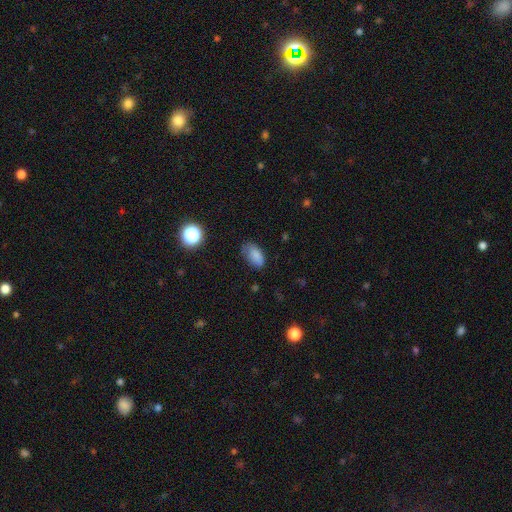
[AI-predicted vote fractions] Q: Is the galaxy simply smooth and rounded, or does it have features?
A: smooth — 83%.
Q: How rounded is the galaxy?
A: in between — 91%.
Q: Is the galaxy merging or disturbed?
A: none — 65%.